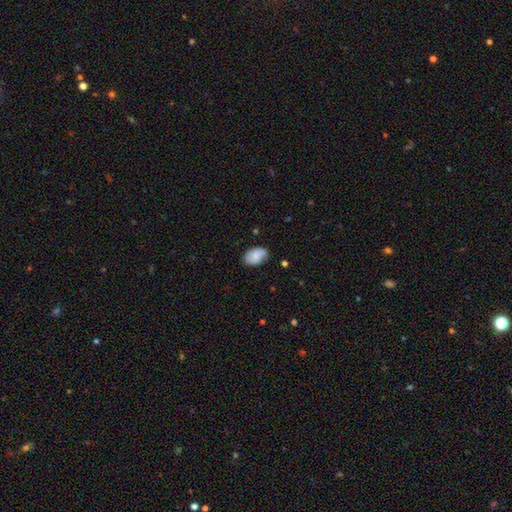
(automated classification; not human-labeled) Smooth or featured?
  - smooth: 73% *
  - featured or disk: 19%
  - star or artifact: 7%
How rounded?
  - in between: 89% *
  - round: 9%
  - cigar-shaped: 1%
Merging?
  - none: 74% *
  - minor disturbance: 20%
  - major disturbance: 4%
  - merger: 1%